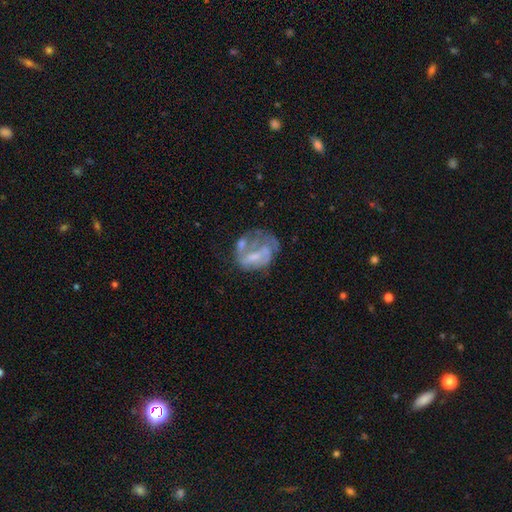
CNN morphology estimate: This is likely a featured or disk galaxy (63%). It is clearly not viewed edge-on (97%). Bar: possibly no (47%). Spiral arm pattern: possibly no (57%). Central bulge: marginally small (38%). Merging: marginally major disturbance (31%).